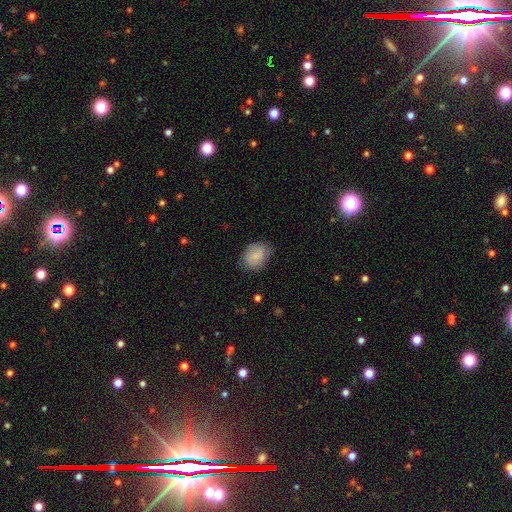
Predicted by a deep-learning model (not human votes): Smooth or featured? Predicted: smooth (p=0.77). How rounded? Predicted: in between (p=0.59). Merging? Predicted: none (p=0.65).